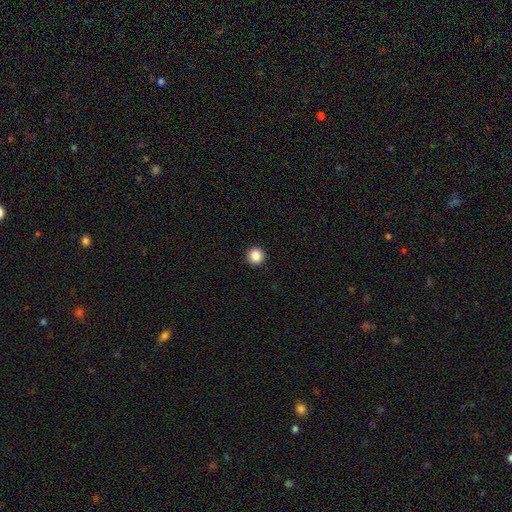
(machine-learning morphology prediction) smooth 87%, star or artifact 10%, featured or disk 4%. Down the decision tree: how rounded — round (96%); merging — none (94%).